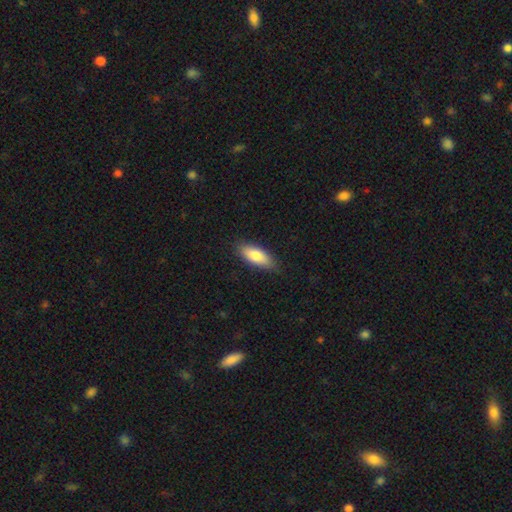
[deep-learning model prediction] Smooth or featured?
  - smooth: 81% *
  - featured or disk: 14%
  - star or artifact: 6%
How rounded?
  - in between: 78% *
  - cigar-shaped: 20%
  - round: 2%
Merging?
  - none: 84% *
  - minor disturbance: 13%
  - major disturbance: 2%
  - merger: 1%